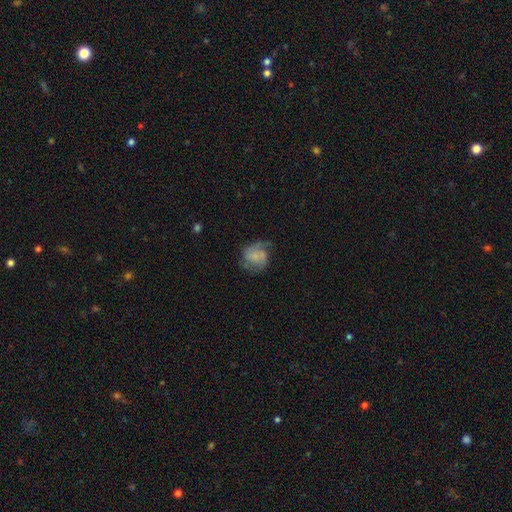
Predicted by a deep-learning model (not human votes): A featured or disk galaxy (56%) with no bar (72%), spiral arms (88%) and a small central bulge (41%).

Vote fractions:
- Smooth or featured? featured or disk: 56% / smooth: 36% / star or artifact: 8%
- Edge-on disk? no: 98% / yes: 2%
- Bar? no: 72% / weak: 24% / strong: 5%
- Spiral arms? yes: 88% / no: 12%
- Bulge size? small: 41% / none: 36% / moderate: 15% / large: 5% / dominant: 2%
- Merging? none: 56% / minor disturbance: 25% / major disturbance: 18% / merger: 2%